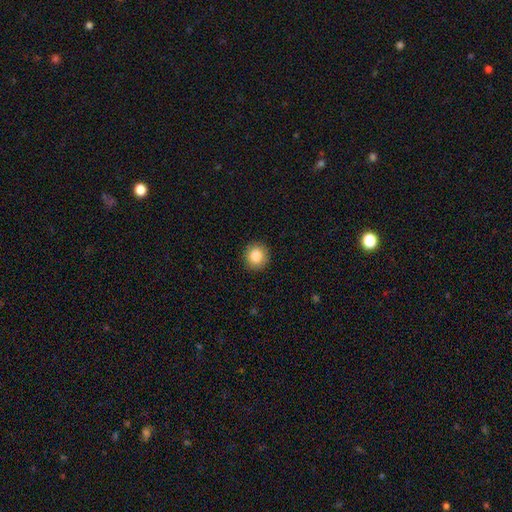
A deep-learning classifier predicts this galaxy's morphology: This appears to be a smooth galaxy with no disk features (84%) that is round (92%). Merging: none (92%).